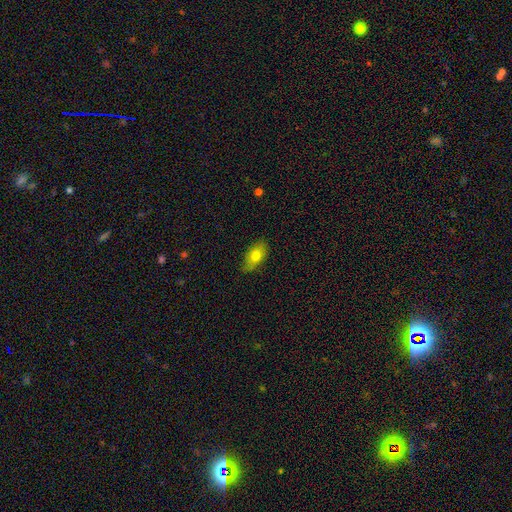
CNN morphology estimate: Overall: smooth (74%). How rounded: in between (90%). Merging: none (75%).